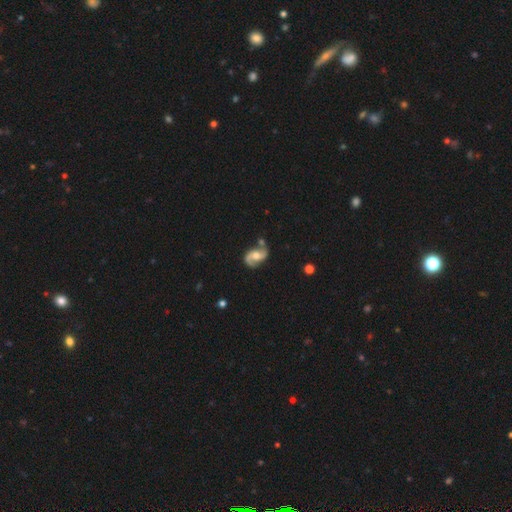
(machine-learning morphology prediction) smooth_or_featured: featured or disk (p=0.86) [alt: smooth p=0.09]
disk_edge_on: no (p=0.98) [alt: yes p=0.02]
bar: no (p=0.49) [alt: weak p=0.40]
has_spiral_arms: yes (p=0.96) [alt: no p=0.04]
spiral_winding: loose (p=0.48) [alt: medium p=0.41]
spiral_arm_count: 2 (p=0.93) [alt: can't tell p=0.02]
bulge_size: moderate (p=0.58) [alt: small p=0.25]
merging: none (p=0.66) [alt: minor disturbance p=0.17]